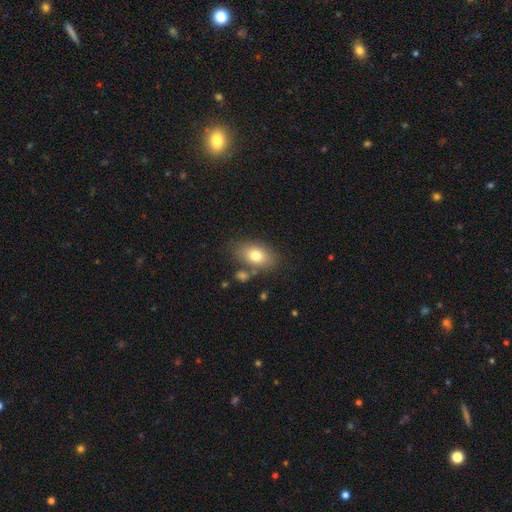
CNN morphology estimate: Smooth or featured? smooth (77%)
How rounded? in between (85%)
Merging? none (73%)